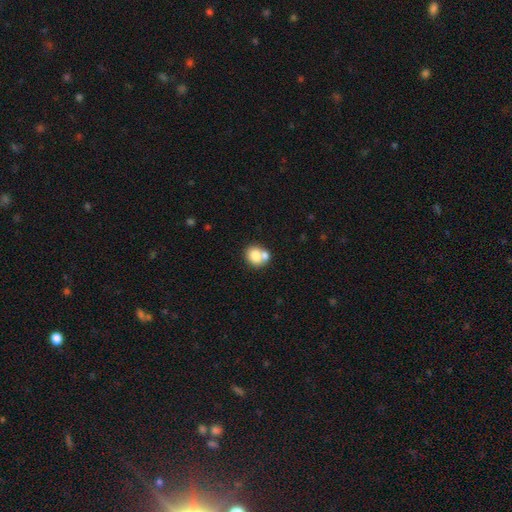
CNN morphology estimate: Smooth or featured? smooth (77%)
How rounded? round (66%)
Merging? merger (45%)